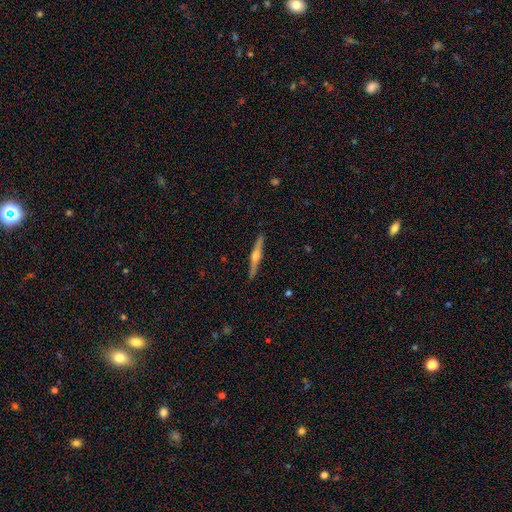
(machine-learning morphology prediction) featured or disk 76%, smooth 19%, star or artifact 5%. Down the decision tree: edge-on disk — yes (98%); edge-on bulge — rounded (93%); merging — none (92%).